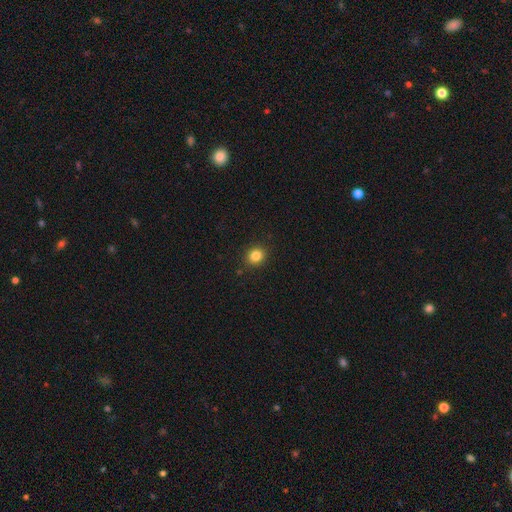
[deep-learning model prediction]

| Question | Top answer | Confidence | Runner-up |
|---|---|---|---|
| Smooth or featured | smooth | 84% | star or artifact (11%) |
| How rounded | round | 78% | in between (21%) |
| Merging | none | 90% | minor disturbance (7%) |